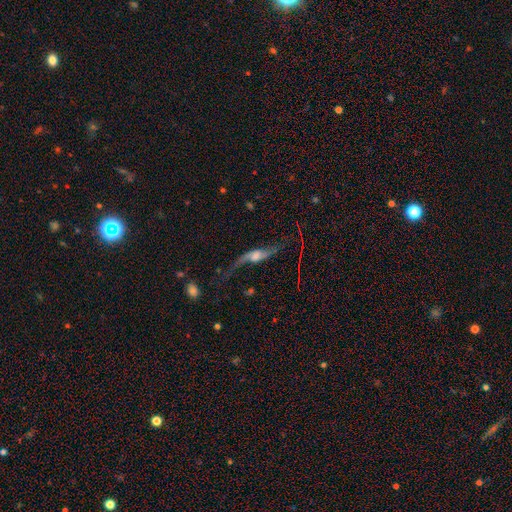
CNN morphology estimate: The model was most divided on "bar": no: 51%, weak: 33%, strong: 16%. Remaining: spiral arms — yes (90%); smooth or featured — featured or disk (78%); edge-on disk — no (71%); merging — none (53%); bulge size — moderate (45%).